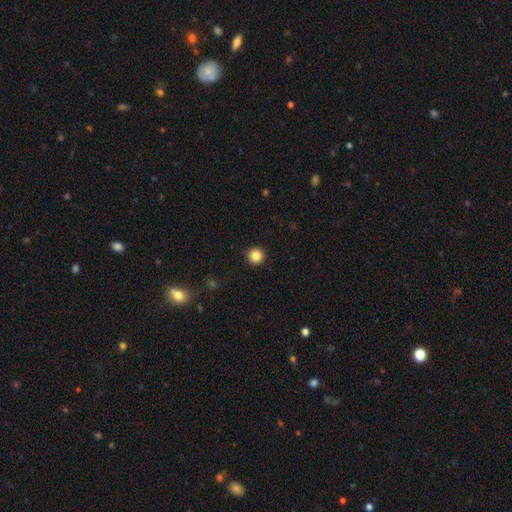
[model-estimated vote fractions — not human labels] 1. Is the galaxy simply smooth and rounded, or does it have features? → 85% smooth, 11% star or artifact, 4% featured or disk.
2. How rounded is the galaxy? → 96% round, 3% in between, 1% cigar-shaped.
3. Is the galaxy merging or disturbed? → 93% none, 5% minor disturbance, 2% major disturbance, 1% merger.